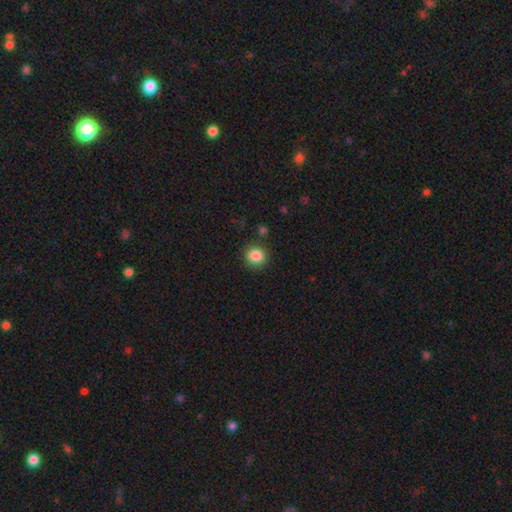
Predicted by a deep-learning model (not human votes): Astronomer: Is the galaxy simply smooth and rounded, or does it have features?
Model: smooth — 86%.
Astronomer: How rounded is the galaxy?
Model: round — 84%.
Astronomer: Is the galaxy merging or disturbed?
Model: none — 85%.